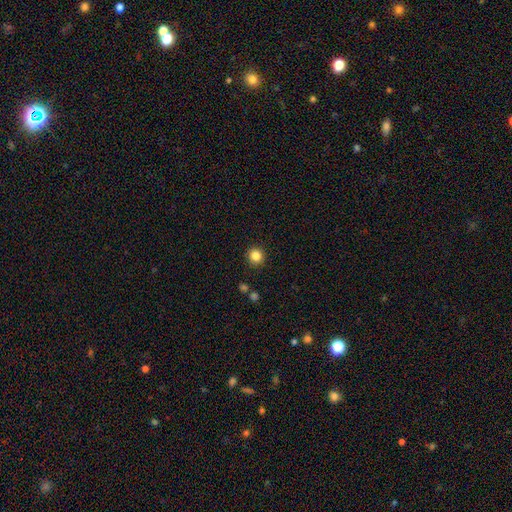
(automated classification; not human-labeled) This appears to be a smooth galaxy with no disk features (84%) that is round (92%). Merging: none (91%).